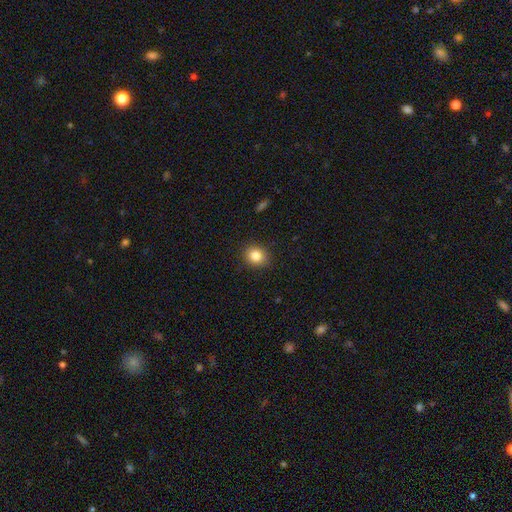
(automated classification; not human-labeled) Smooth or featured? smooth (84%)
How rounded? round (73%)
Merging? none (89%)